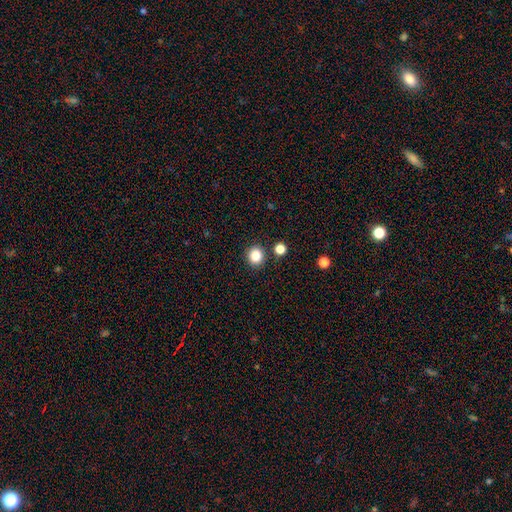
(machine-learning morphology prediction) Q: Smooth or featured?
A: smooth (84%); runner-up: star or artifact (11%)
Q: How rounded?
A: round (89%); runner-up: in between (11%)
Q: Merging?
A: none (89%); runner-up: minor disturbance (6%)